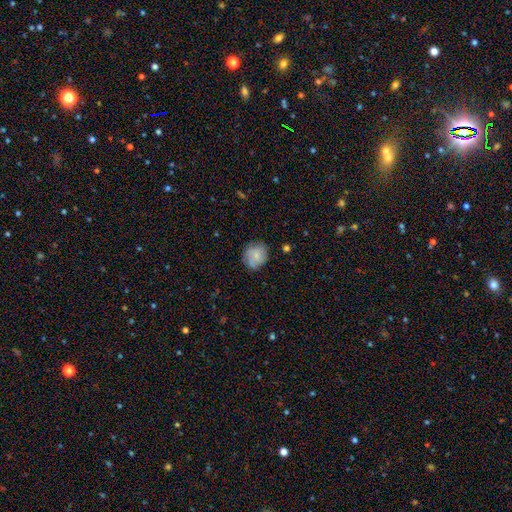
This is likely a smooth galaxy (65%). How rounded: likely round (71%). Merging: possibly none (57%).